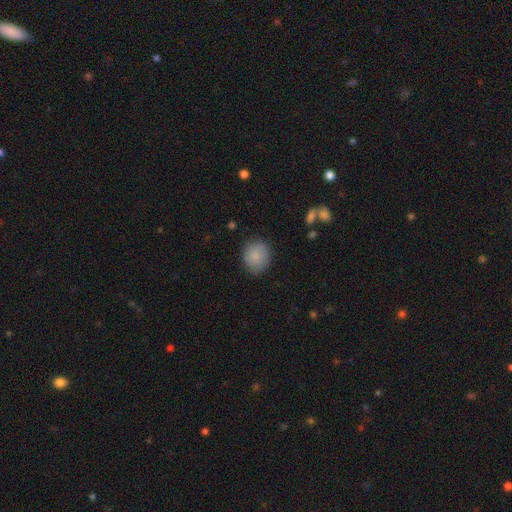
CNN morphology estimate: Overall: smooth (83%). How rounded: round (64%; in between 35%). Merging: none (78%).